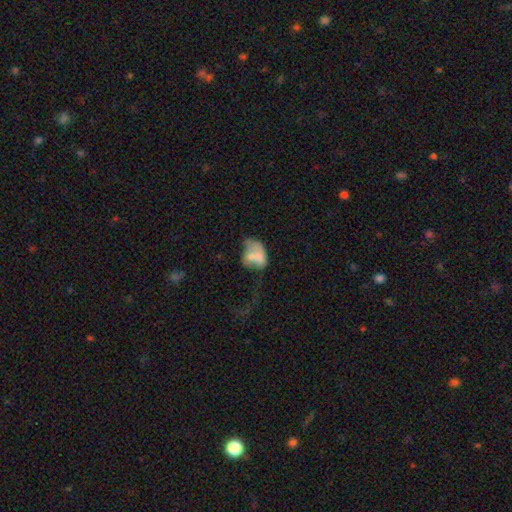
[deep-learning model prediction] Overall: smooth (59%; featured or disk 31%). How rounded: in between (78%). Merging: merger (43%; major disturbance 26%).